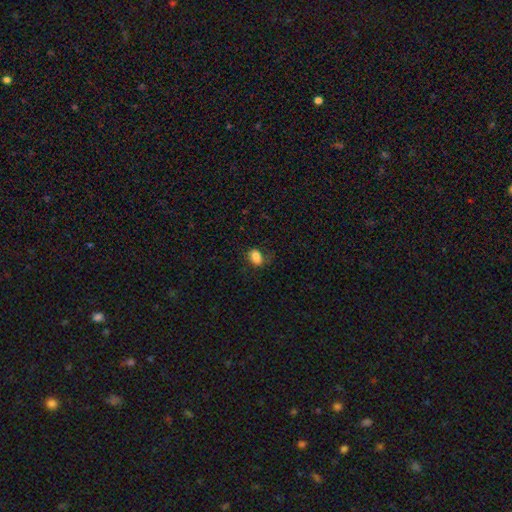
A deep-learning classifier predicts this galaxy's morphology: smooth-or-featured: smooth: 82% | star or artifact: 10% | featured or disk: 8%
  how-rounded: in between: 77% | round: 22% | cigar-shaped: 2%
  merging: none: 65% | minor disturbance: 24% | major disturbance: 8% | merger: 3%